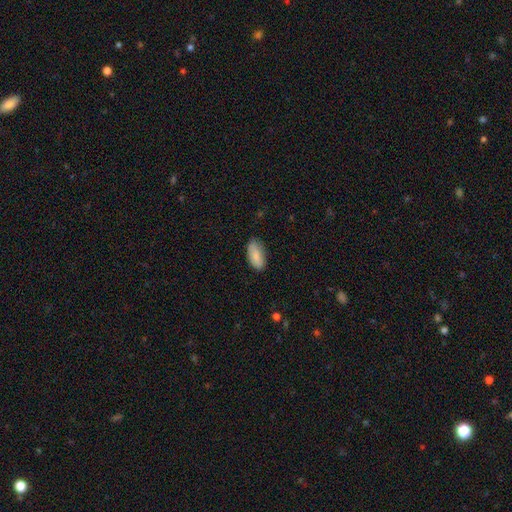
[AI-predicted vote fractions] Overall: smooth (85%). How rounded: in between (90%). Merging: none (79%).